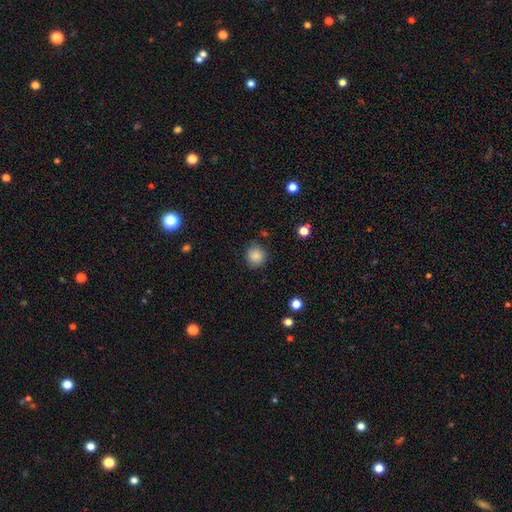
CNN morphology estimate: Smooth or featured?
  - smooth: 86% *
  - star or artifact: 10%
  - featured or disk: 4%
How rounded?
  - round: 88% *
  - in between: 11%
  - cigar-shaped: 1%
Merging?
  - none: 83% *
  - minor disturbance: 12%
  - major disturbance: 3%
  - merger: 2%